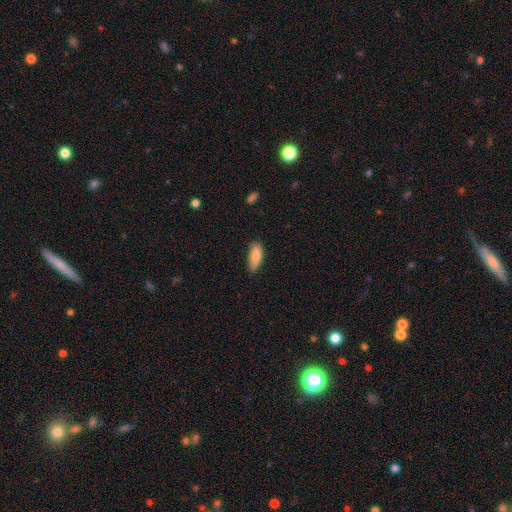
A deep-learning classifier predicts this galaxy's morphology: Q: Smooth or featured?
A: smooth (83%); runner-up: featured or disk (10%)
Q: How rounded?
A: in between (74%); runner-up: cigar-shaped (24%)
Q: Merging?
A: none (74%); runner-up: minor disturbance (22%)